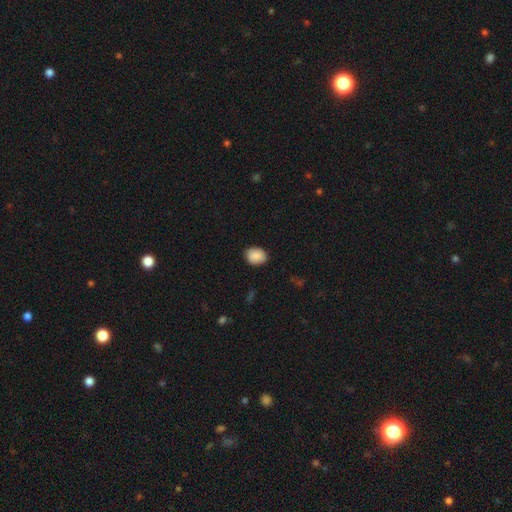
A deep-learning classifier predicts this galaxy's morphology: smooth-or-featured: smooth: 88% | star or artifact: 7% | featured or disk: 4%
  how-rounded: in between: 50% | round: 49% | cigar-shaped: 1%
  merging: none: 87% | minor disturbance: 10% | major disturbance: 2% | merger: 1%